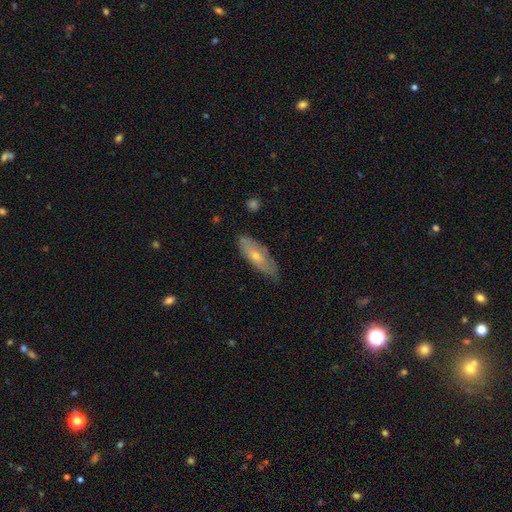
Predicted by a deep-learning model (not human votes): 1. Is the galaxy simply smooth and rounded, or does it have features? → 47% featured or disk, 46% smooth, 7% star or artifact.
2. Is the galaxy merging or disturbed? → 73% none, 22% minor disturbance, 4% major disturbance, 1% merger.